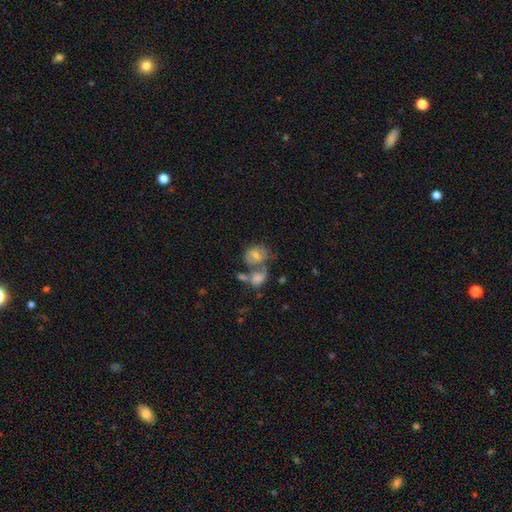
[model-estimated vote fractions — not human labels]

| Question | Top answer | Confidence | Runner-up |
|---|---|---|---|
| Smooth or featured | smooth | 46% | featured or disk (39%) |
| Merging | merger | 44% | none (36%) |